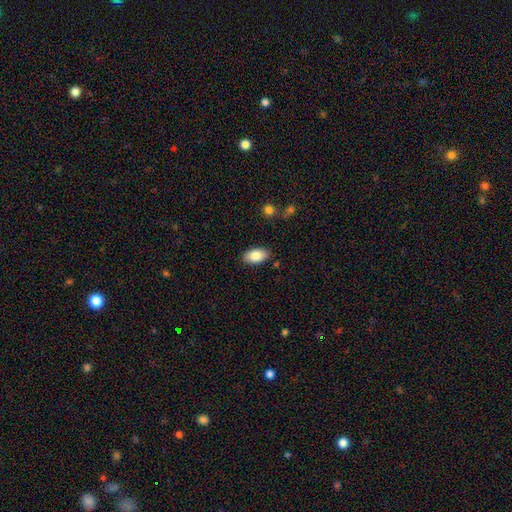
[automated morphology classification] The model was most divided on "merging": none: 86%, minor disturbance: 10%, major disturbance: 2%, merger: 1%. More confident: how rounded — in between (94%); smooth or featured — smooth (86%).